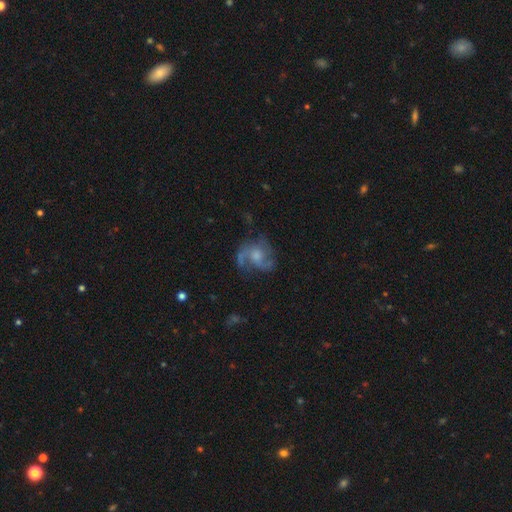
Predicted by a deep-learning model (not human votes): A featured or disk galaxy (77%) with no bar (70%), 2 (43%) medium (49%) spiral arms (90%) and a moderate central bulge (53%).

Vote fractions:
- Smooth or featured? featured or disk: 77% / smooth: 16% / star or artifact: 8%
- Edge-on disk? no: 98% / yes: 2%
- Bar? no: 70% / weak: 26% / strong: 4%
- Spiral arms? yes: 90% / no: 10%
- Spiral winding? medium: 49% / loose: 33% / tight: 18%
- Spiral arm count? 2: 43% / 3: 27% / can't tell: 14% / 1: 7% / 4: 5% / more than 4: 4%
- Bulge size? moderate: 53% / small: 29% / large: 9% / none: 8% / dominant: 2%
- Merging? none: 56% / minor disturbance: 21% / major disturbance: 20% / merger: 3%